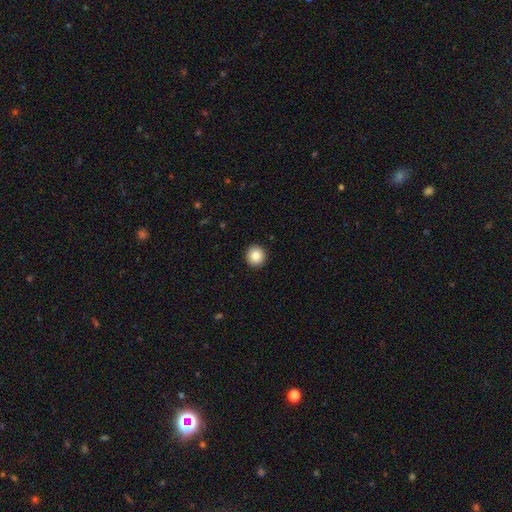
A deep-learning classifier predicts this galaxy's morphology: A smooth galaxy with no disk features (87%) that is round (91%). Merging: none (93%).